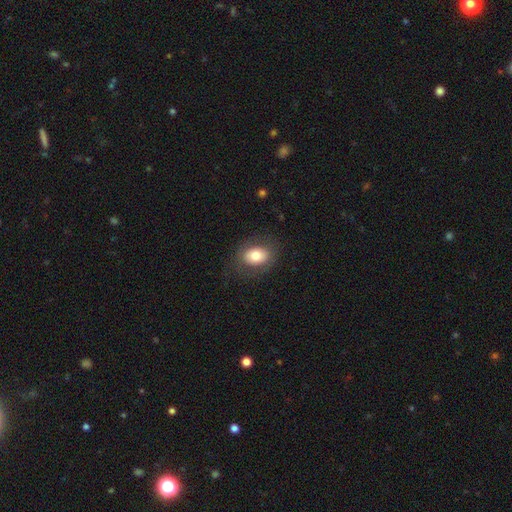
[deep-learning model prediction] A smooth galaxy with no disk features (74%) that is in between round and cigar-shaped (68%).

Vote fractions:
- Smooth or featured? smooth: 74% / featured or disk: 17% / star or artifact: 8%
- How rounded? in between: 68% / round: 31% / cigar-shaped: 1%
- Merging? none: 79% / minor disturbance: 13% / major disturbance: 7% / merger: 1%